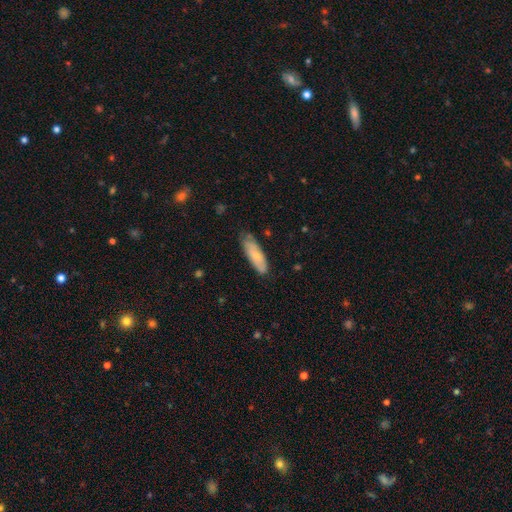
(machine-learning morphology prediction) smooth_or_featured: smooth (p=0.70) [alt: featured or disk p=0.24]
how_rounded: in between (p=0.51) [alt: cigar-shaped p=0.47]
merging: none (p=0.73) [alt: minor disturbance p=0.22]